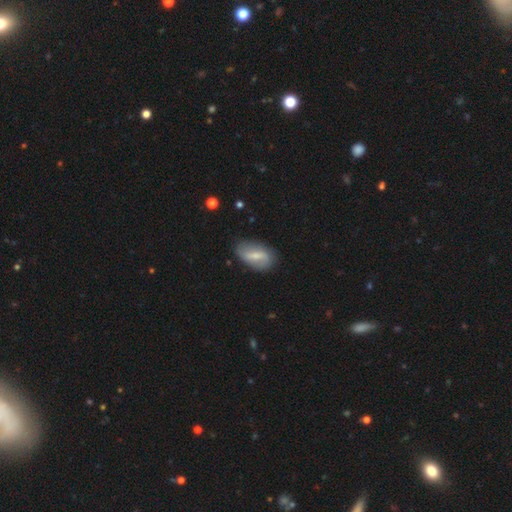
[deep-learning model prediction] Morphology: type=featured or disk (50%); merging=none (77%).